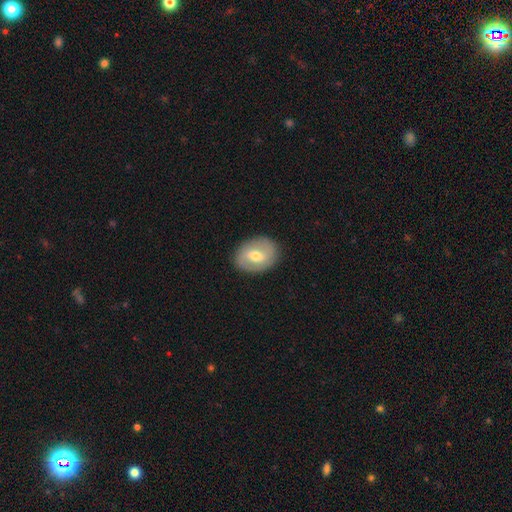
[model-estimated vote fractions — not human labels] Smooth or featured: featured or disk — 57% (smooth — 37%)
Edge-on disk: no — 95% (yes — 5%)
Bar: weak — 50% (no — 28%)
Spiral arms: yes — 66% (no — 34%)
Bulge size: moderate — 71% (small — 23%)
Merging: none — 86% (minor disturbance — 10%)